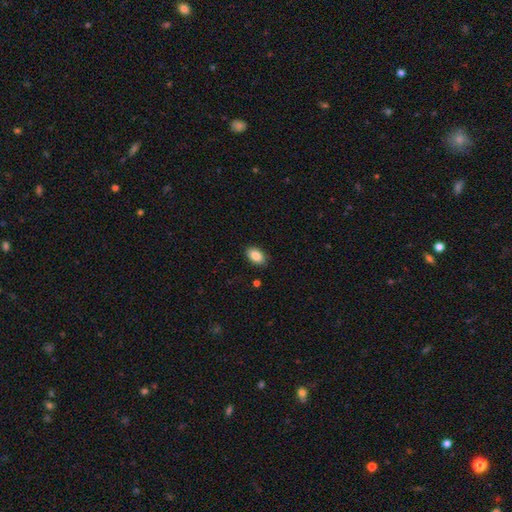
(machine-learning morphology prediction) A smooth galaxy with no disk features (87%) that is in between round and cigar-shaped (90%).

Vote fractions:
- Smooth or featured? smooth: 87% / star or artifact: 7% / featured or disk: 6%
- How rounded? in between: 90% / round: 8% / cigar-shaped: 1%
- Merging? none: 87% / minor disturbance: 9% / major disturbance: 2% / merger: 1%